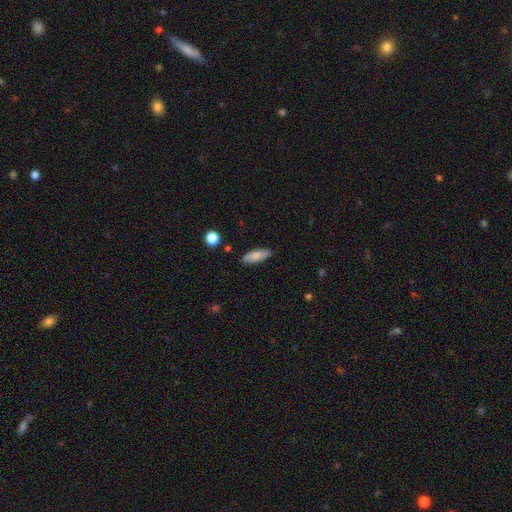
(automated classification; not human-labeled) A smooth galaxy with no disk features (81%) that is in between round and cigar-shaped (61%). Merging: none (83%).